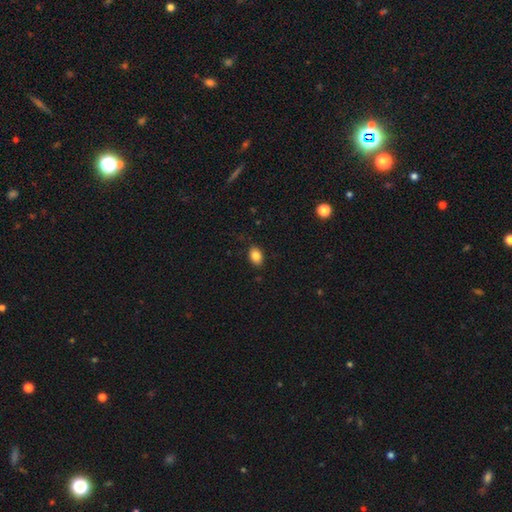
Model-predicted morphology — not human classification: smooth-or-featured: smooth: 86% | star or artifact: 9% | featured or disk: 6%
  how-rounded: in between: 84% | round: 15% | cigar-shaped: 1%
  merging: none: 87% | minor disturbance: 10% | major disturbance: 2% | merger: 1%